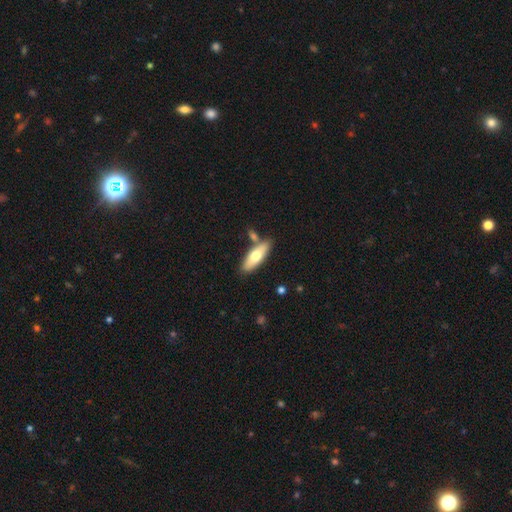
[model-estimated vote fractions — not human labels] smooth 64%, featured or disk 31%, star or artifact 5%. Down the decision tree: how rounded — in between (60%); merging — none (74%).